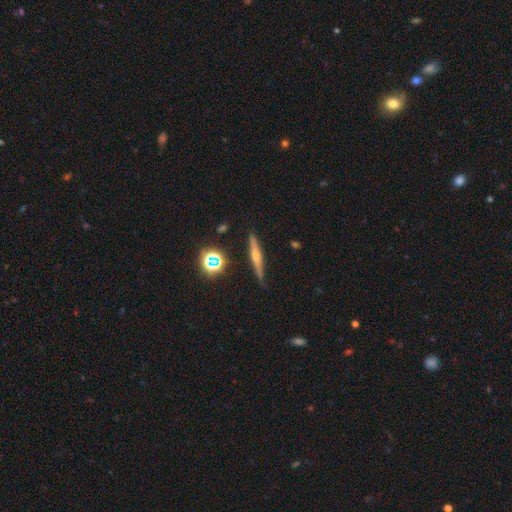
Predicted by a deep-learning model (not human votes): Smooth or featured?
  - featured or disk: 62% *
  - smooth: 27%
  - star or artifact: 12%
Edge-on disk?
  - yes: 96% *
  - no: 4%
Edge-on bulge?
  - rounded: 81% *
  - none: 13%
  - boxy: 6%
Merging?
  - none: 86% *
  - minor disturbance: 10%
  - merger: 2%
  - major disturbance: 2%